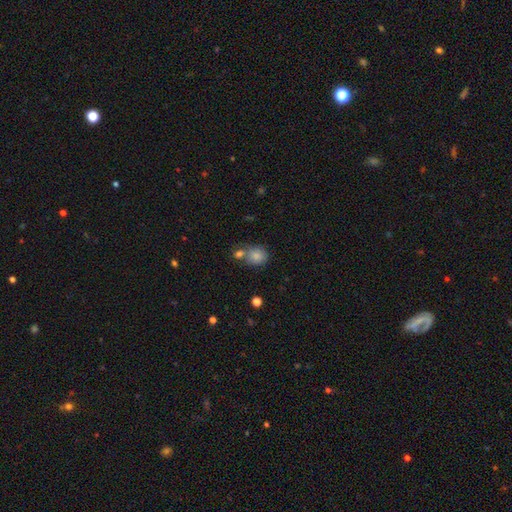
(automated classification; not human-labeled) Smooth or featured?
  - smooth: 83% *
  - star or artifact: 10%
  - featured or disk: 8%
How rounded?
  - round: 74% *
  - in between: 25%
  - cigar-shaped: 1%
Merging?
  - none: 51% *
  - merger: 33%
  - minor disturbance: 12%
  - major disturbance: 4%